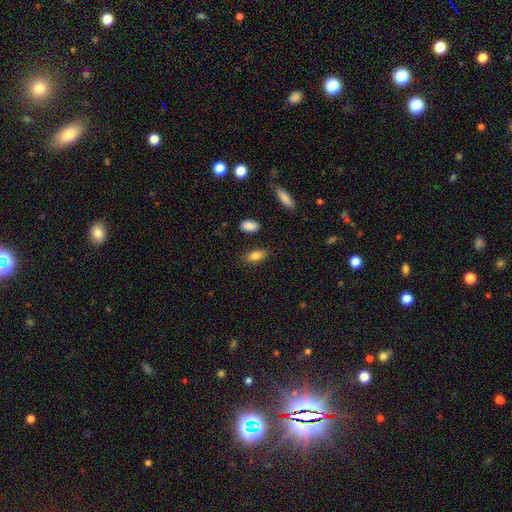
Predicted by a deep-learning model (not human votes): Smooth or featured?
  - smooth: 82% *
  - featured or disk: 10%
  - star or artifact: 8%
How rounded?
  - in between: 85% *
  - cigar-shaped: 10%
  - round: 4%
Merging?
  - none: 84% *
  - minor disturbance: 11%
  - major disturbance: 3%
  - merger: 2%